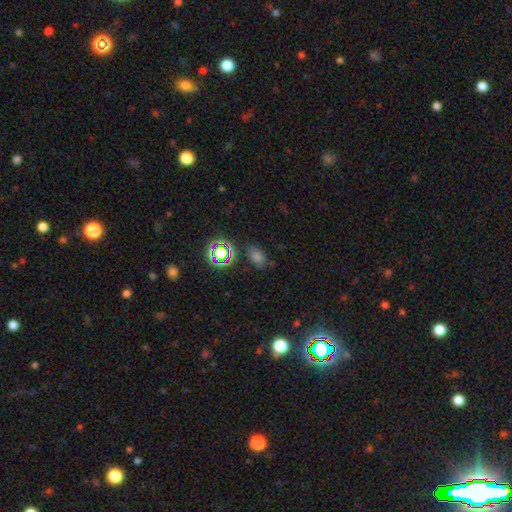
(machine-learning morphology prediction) type=smooth (56%); roundness=in between (74%); merging=none (78%).